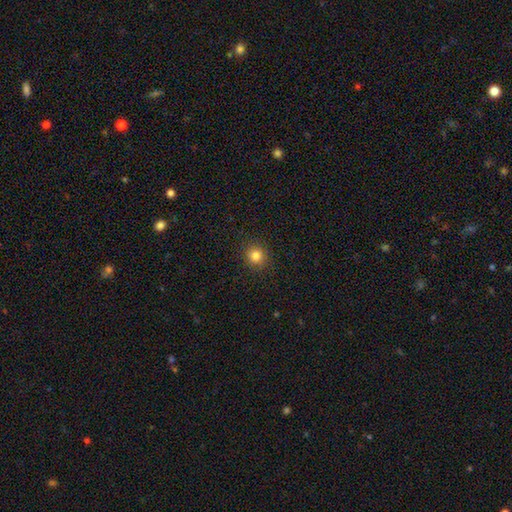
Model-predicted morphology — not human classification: Smooth or featured? Predicted: smooth (p=0.83). How rounded? Predicted: round (p=0.91). Merging? Predicted: none (p=0.91).